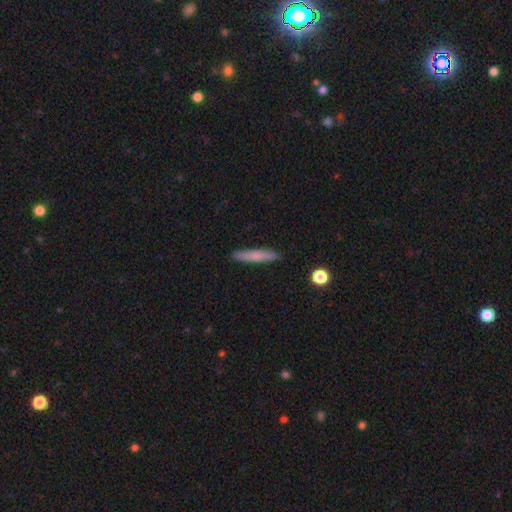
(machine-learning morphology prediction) Overall: smooth (70%). How rounded: cigar-shaped (90%). Merging: none (90%).